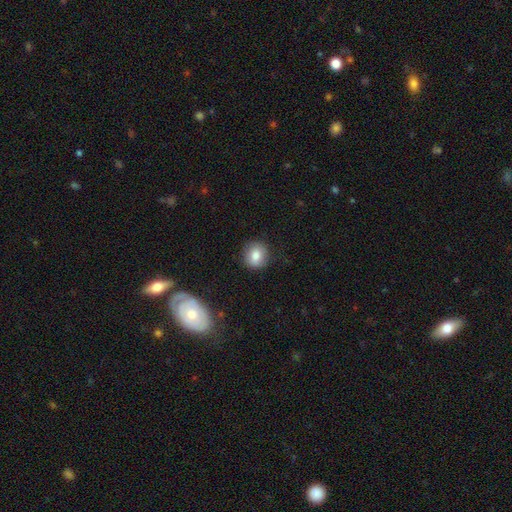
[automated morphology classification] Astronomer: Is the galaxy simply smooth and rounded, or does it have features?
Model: smooth — 80%.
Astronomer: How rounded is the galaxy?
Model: round — 81%.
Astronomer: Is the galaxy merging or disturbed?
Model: none — 85%.